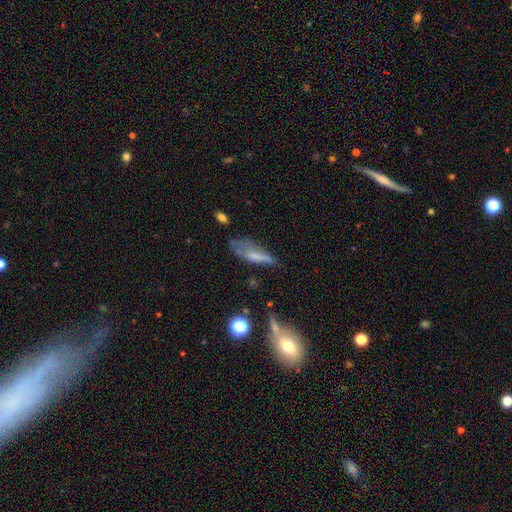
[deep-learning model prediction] Smooth or featured?
  - smooth: 52% *
  - featured or disk: 36%
  - star or artifact: 12%
How rounded?
  - in between: 59% *
  - cigar-shaped: 37%
  - round: 4%
Merging?
  - major disturbance: 33% *
  - none: 30%
  - minor disturbance: 30%
  - merger: 7%